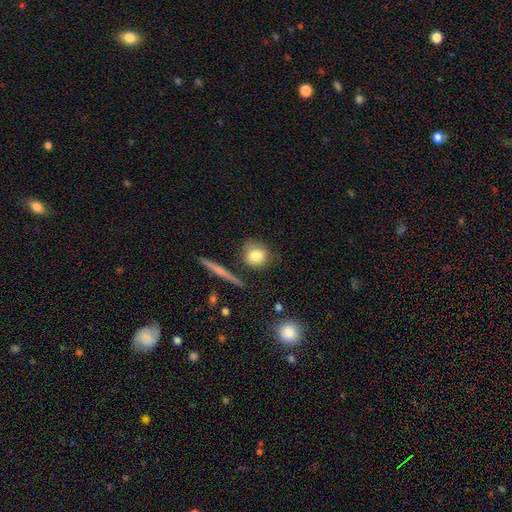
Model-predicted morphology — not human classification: smooth 81%, featured or disk 11%, star or artifact 8%. Down the decision tree: how rounded — round (78%); merging — none (72%).